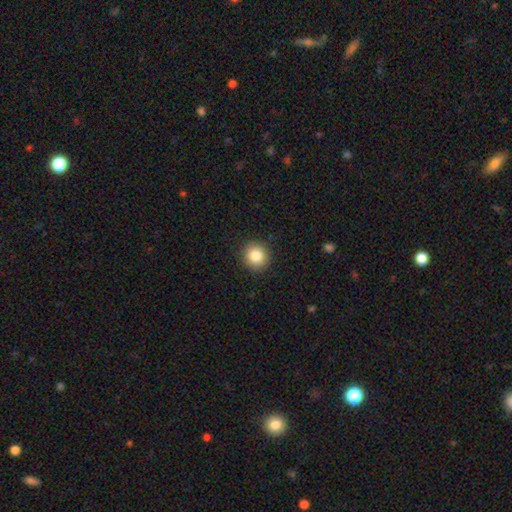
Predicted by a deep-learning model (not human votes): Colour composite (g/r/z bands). It shows a smooth galaxy with no disk features (85%) that is round (89%). Merging: none (91%).